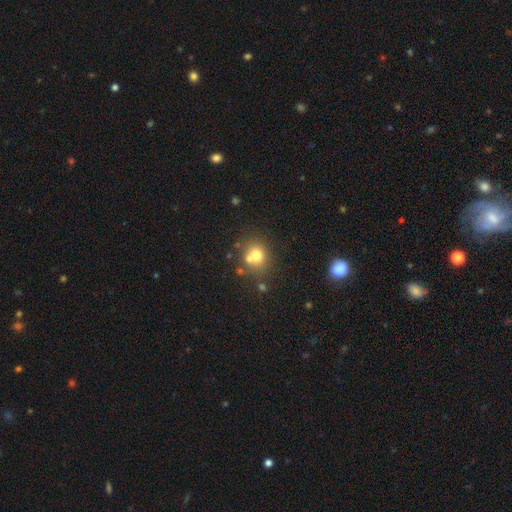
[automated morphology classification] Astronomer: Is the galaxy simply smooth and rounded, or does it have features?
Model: smooth — 71%.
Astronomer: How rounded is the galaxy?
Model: round — 79%.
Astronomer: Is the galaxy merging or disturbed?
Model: none — 57%.